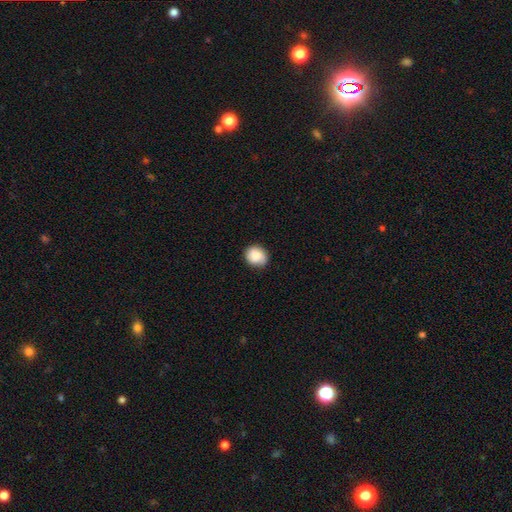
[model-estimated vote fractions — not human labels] Overall: smooth (85%). How rounded: round (67%; in between 33%). Merging: none (83%).